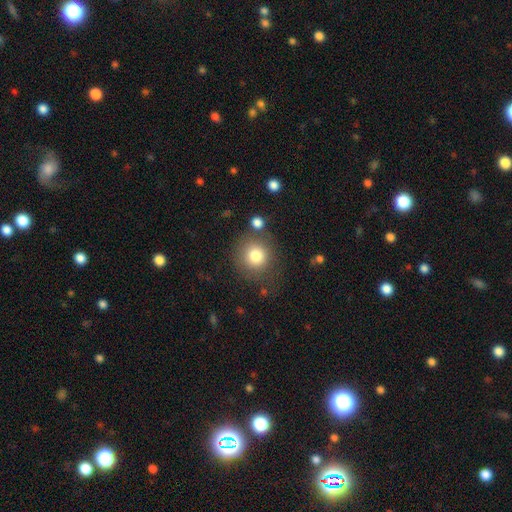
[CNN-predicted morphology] This appears to be a smooth galaxy with no disk features (80%) that is round (92%). Merging: none (75%).